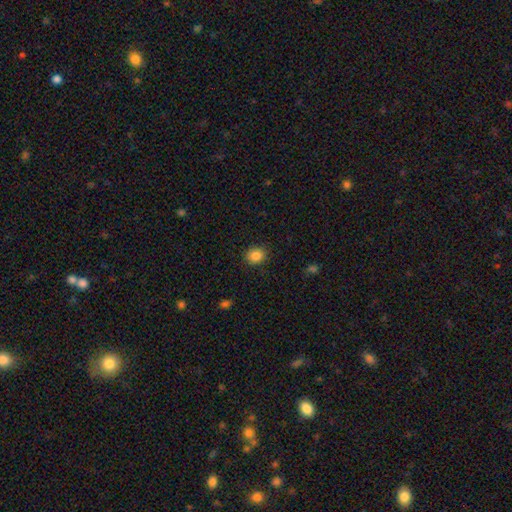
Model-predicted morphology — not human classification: Smooth or featured?
  - smooth: 86% *
  - star or artifact: 10%
  - featured or disk: 4%
How rounded?
  - round: 68% *
  - in between: 31%
  - cigar-shaped: 1%
Merging?
  - none: 87% *
  - minor disturbance: 9%
  - major disturbance: 3%
  - merger: 1%